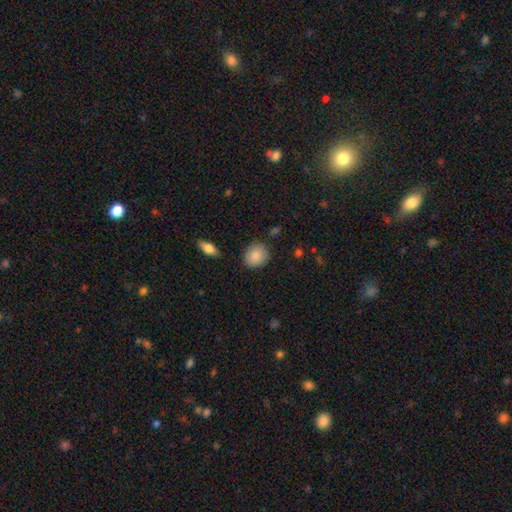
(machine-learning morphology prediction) Smooth or featured? smooth (88%)
How rounded? round (71%)
Merging? none (85%)